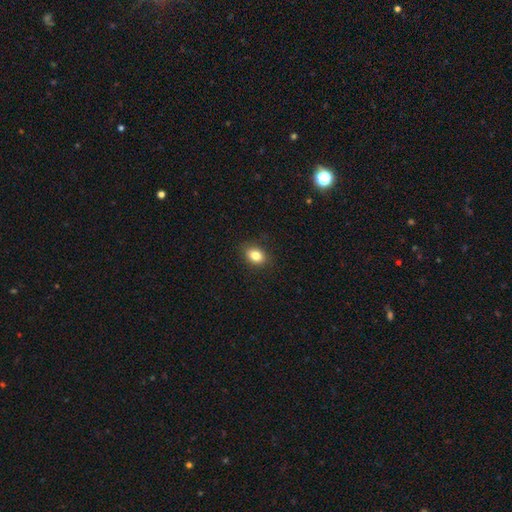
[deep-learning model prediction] smooth-or-featured: smooth: 84% | star or artifact: 9% | featured or disk: 7%
  how-rounded: in between: 72% | round: 27% | cigar-shaped: 1%
  merging: none: 88% | minor disturbance: 9% | major disturbance: 2% | merger: 1%